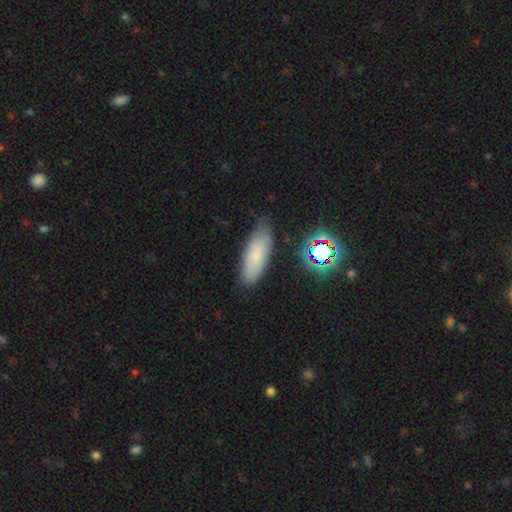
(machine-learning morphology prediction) Smooth or featured: smooth — 76% (featured or disk — 13%)
How rounded: in between — 69% (cigar-shaped — 29%)
Merging: none — 76% (minor disturbance — 17%)